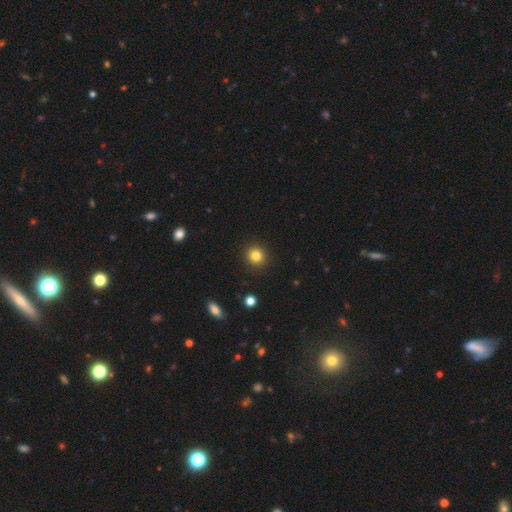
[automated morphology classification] Q: Smooth or featured?
A: smooth (84%); runner-up: star or artifact (11%)
Q: How rounded?
A: round (91%); runner-up: in between (8%)
Q: Merging?
A: none (92%); runner-up: minor disturbance (5%)